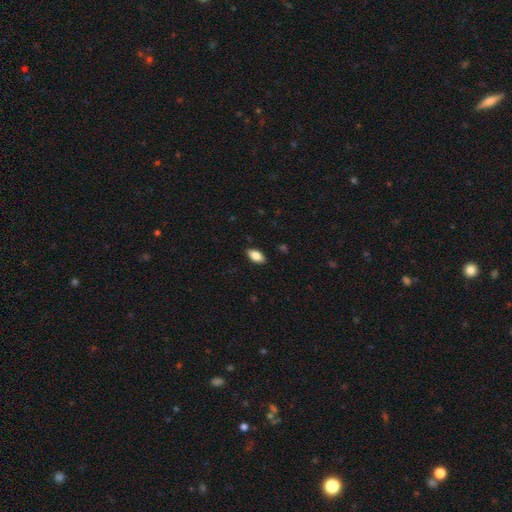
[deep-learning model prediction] smooth 86%, star or artifact 7%, featured or disk 7%. Down the decision tree: how rounded — in between (92%); merging — none (87%).